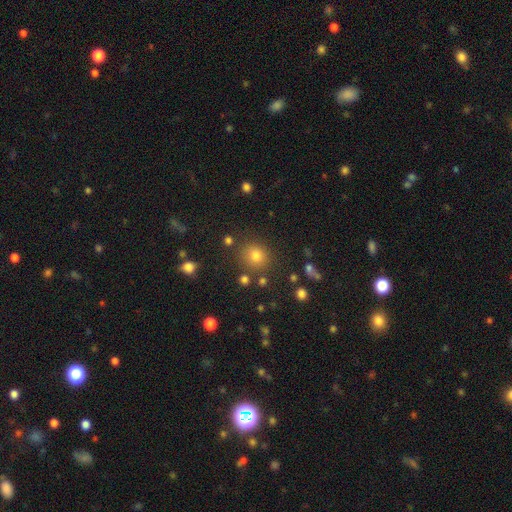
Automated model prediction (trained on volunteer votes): smooth-or-featured: smooth: 75% | star or artifact: 18% | featured or disk: 7%
  how-rounded: round: 88% | in between: 11% | cigar-shaped: 1%
  merging: none: 84% | minor disturbance: 8% | merger: 4% | major disturbance: 3%